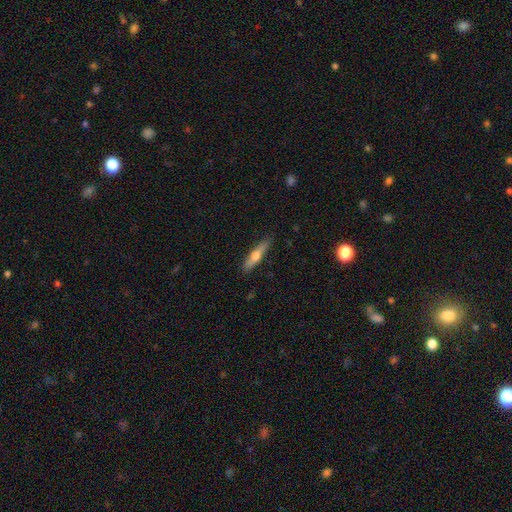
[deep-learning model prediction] Morphology: type=smooth (51%); roundness=cigar-shaped (83%); merging=none (88%).